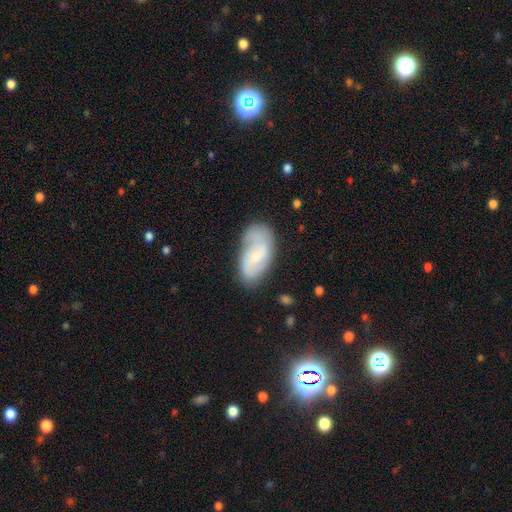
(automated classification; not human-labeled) A featured or disk galaxy (58%) with no bar (46%), spiral arms (83%) and a small central bulge (64%). Merging: none (66%).